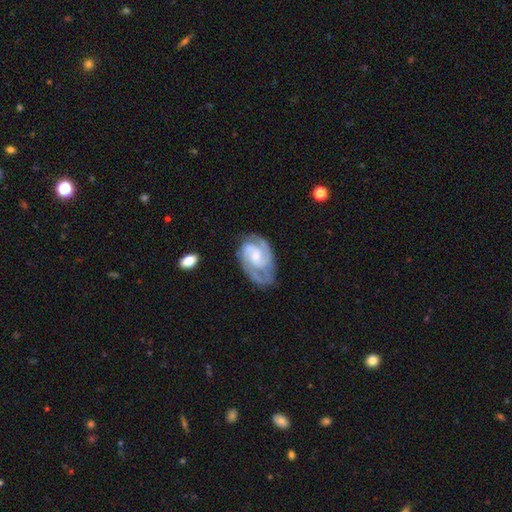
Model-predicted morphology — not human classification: smooth-or-featured: featured or disk: 87% | smooth: 8% | star or artifact: 4%
  disk-edge-on: no: 98% | yes: 2%
    bar: no: 58% | weak: 36% | strong: 7%
    has-spiral-arms: yes: 97% | no: 3%
      spiral-winding: tight: 47% | medium: 45% | loose: 9%
      spiral-arm-count: 2: 65% | 3: 17% | can't tell: 10% | 1: 3% | 4: 2% | more than 4: 2%
    bulge-size: small: 57% | moderate: 34% | none: 5% | large: 3% | dominant: 1%
  merging: none: 65% | minor disturbance: 23% | major disturbance: 11% | merger: 2%